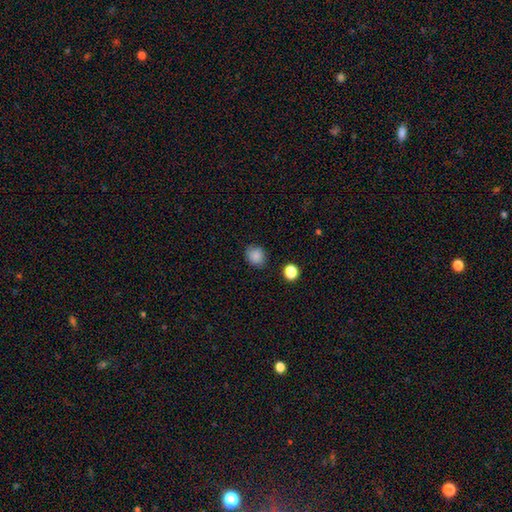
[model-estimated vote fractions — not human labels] Smooth or featured?
  - smooth: 86% *
  - star or artifact: 10%
  - featured or disk: 4%
How rounded?
  - round: 73% *
  - in between: 26%
  - cigar-shaped: 1%
Merging?
  - none: 83% *
  - minor disturbance: 12%
  - major disturbance: 3%
  - merger: 2%